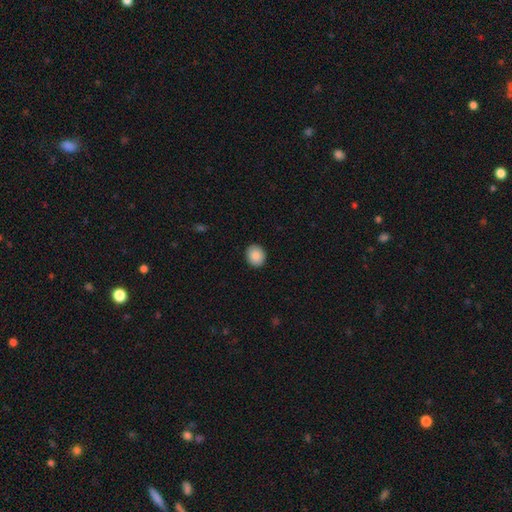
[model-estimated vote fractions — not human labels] Smooth or featured? smooth (89%)
How rounded? round (69%)
Merging? none (91%)